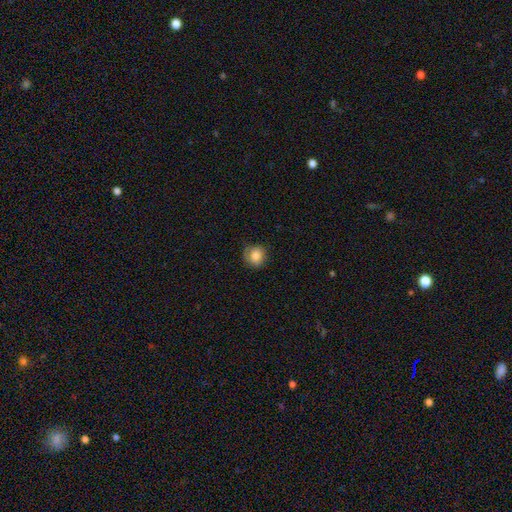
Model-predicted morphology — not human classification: Smooth or featured? smooth (83%)
How rounded? round (83%)
Merging? none (70%)